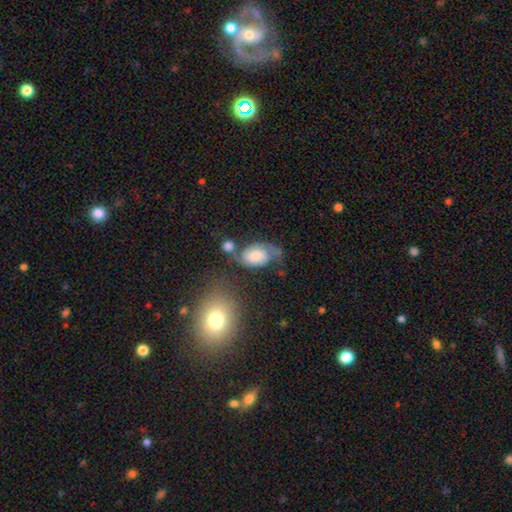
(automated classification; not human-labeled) The model was most divided on "merging": none: 36%, minor disturbance: 25%, major disturbance: 20%, merger: 19%. Remaining: edge-on disk — no (96%); spiral arms — yes (85%); bar — no (70%); smooth or featured — featured or disk (54%); bulge size — large (33%).